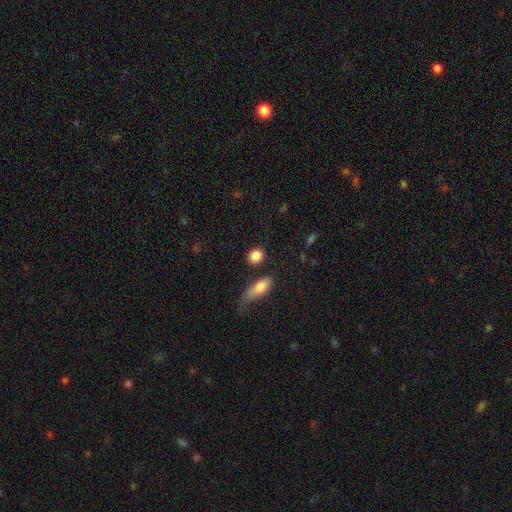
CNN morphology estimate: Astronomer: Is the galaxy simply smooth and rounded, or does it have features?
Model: smooth — 86%.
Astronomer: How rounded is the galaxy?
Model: round — 69%.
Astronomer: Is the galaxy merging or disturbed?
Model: none — 78%.